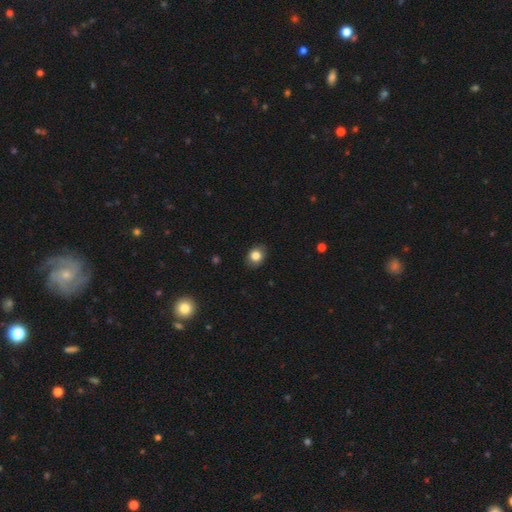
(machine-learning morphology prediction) Smooth or featured: smooth — 82% (star or artifact — 9%)
How rounded: round — 50% (in between — 49%)
Merging: none — 86% (minor disturbance — 11%)